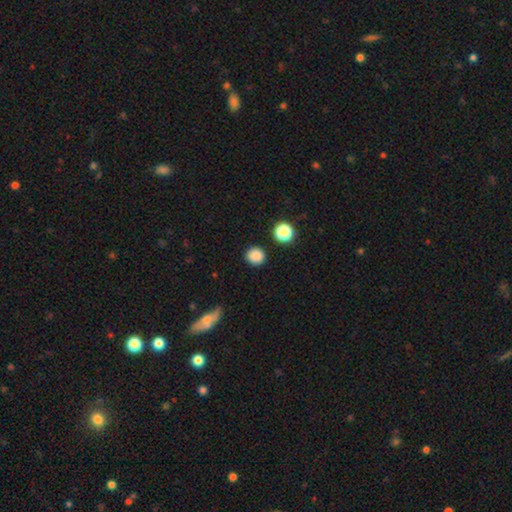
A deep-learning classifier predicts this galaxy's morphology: Smooth or featured? Predicted: smooth (p=0.85). How rounded? Predicted: round (p=0.90). Merging? Predicted: none (p=0.89).